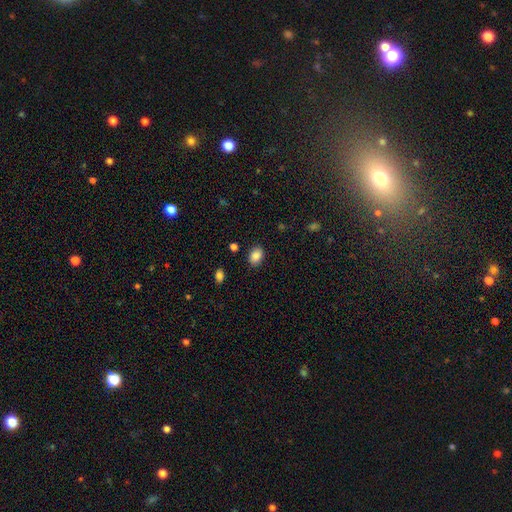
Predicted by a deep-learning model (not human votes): Overall: smooth (86%). How rounded: in between (71%). Merging: none (86%).